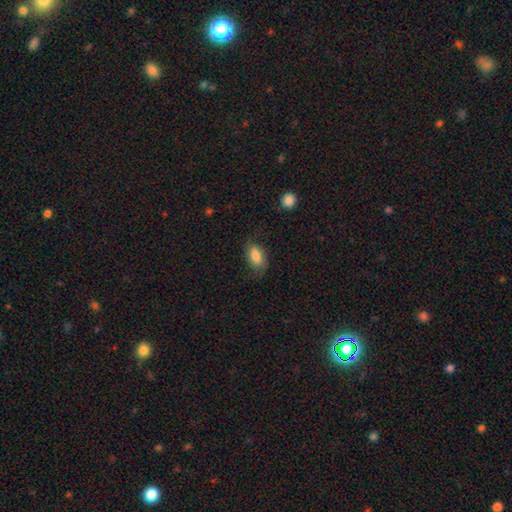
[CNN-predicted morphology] Smooth or featured? Predicted: smooth (p=0.78). How rounded? Predicted: in between (p=0.90). Merging? Predicted: none (p=0.66).